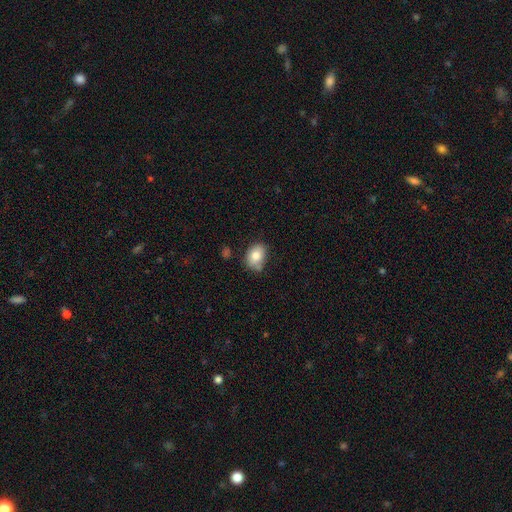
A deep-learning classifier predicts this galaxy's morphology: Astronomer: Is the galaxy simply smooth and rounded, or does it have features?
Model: smooth — 81%.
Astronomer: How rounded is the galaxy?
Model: in between — 69%.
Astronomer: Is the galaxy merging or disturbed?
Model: none — 64%.